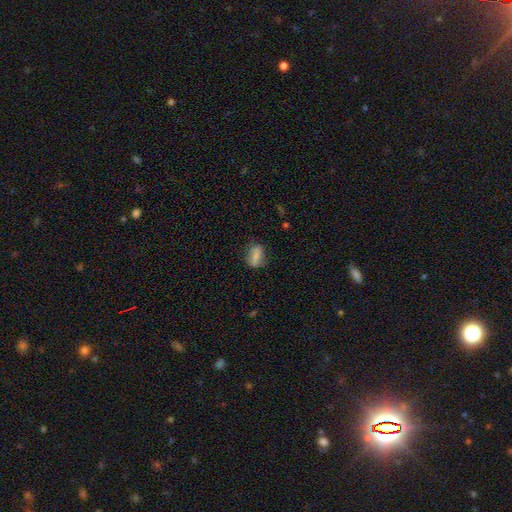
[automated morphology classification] The model was most divided on "smooth or featured": smooth: 66%, featured or disk: 25%, star or artifact: 9%. More confident: how rounded — in between (76%); merging — none (72%).